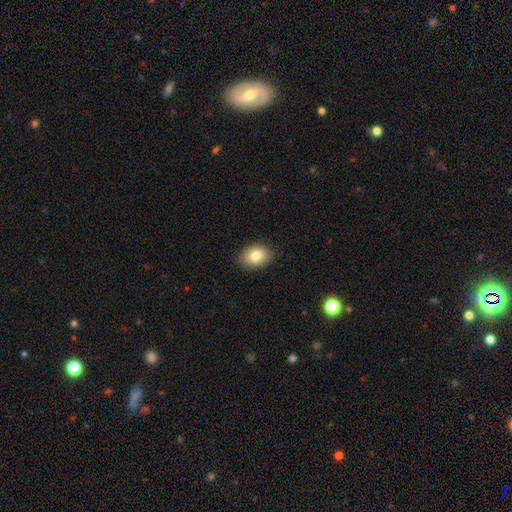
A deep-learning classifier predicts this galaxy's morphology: type=smooth (81%); roundness=in between (74%); merging=none (88%).